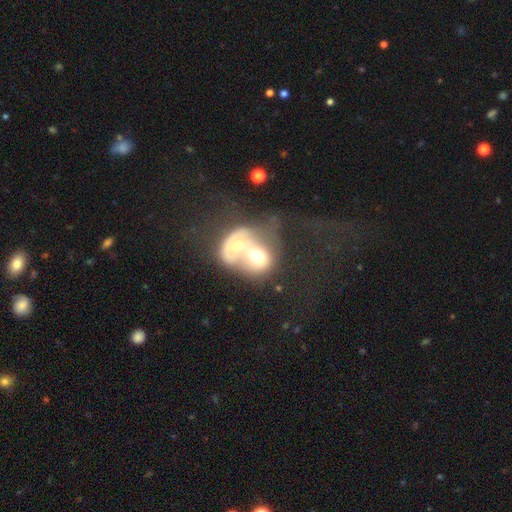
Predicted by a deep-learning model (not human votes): smooth-or-featured: featured or disk: 52% | smooth: 38% | star or artifact: 9%
  disk-edge-on: no: 95% | yes: 5%
  merging: merger: 82% | major disturbance: 8% | none: 6% | minor disturbance: 3%